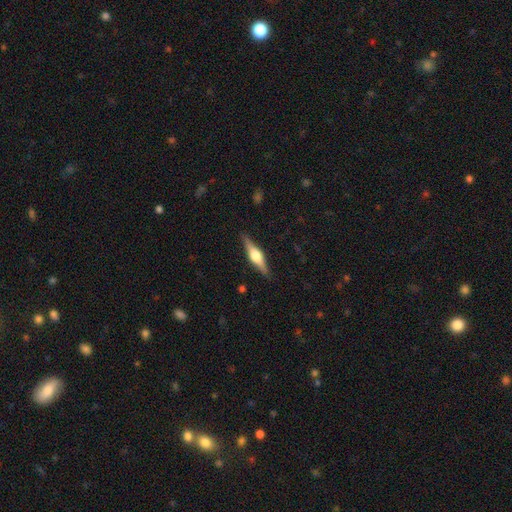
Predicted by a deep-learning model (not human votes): Q: Smooth or featured?
A: featured or disk (70%); runner-up: smooth (25%)
Q: Edge-on disk?
A: yes (97%); runner-up: no (3%)
Q: Edge-on bulge?
A: rounded (93%); runner-up: boxy (6%)
Q: Merging?
A: none (89%); runner-up: minor disturbance (8%)